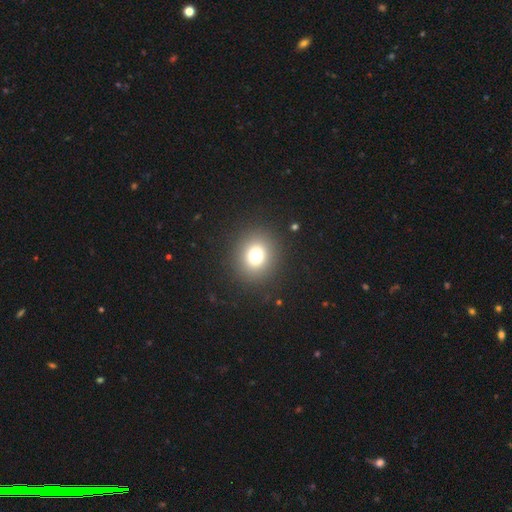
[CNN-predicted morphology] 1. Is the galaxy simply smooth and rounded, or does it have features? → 75% smooth, 15% star or artifact, 10% featured or disk.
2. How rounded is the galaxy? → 82% round, 17% in between, 1% cigar-shaped.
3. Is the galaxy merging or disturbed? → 90% none, 6% minor disturbance, 3% major disturbance, 1% merger.